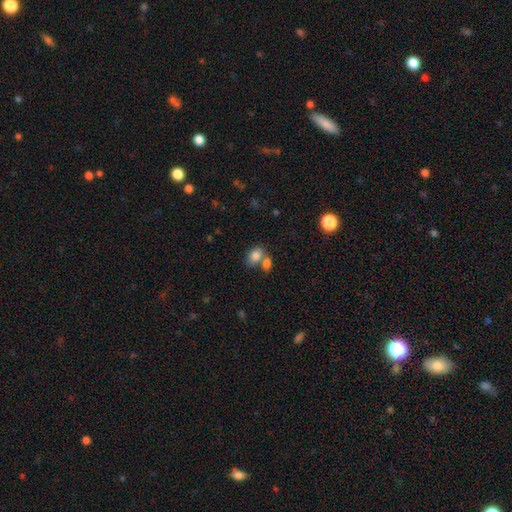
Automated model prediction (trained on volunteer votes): Overall: smooth (81%). How rounded: in between (77%). Merging: merger (46%; none 39%).